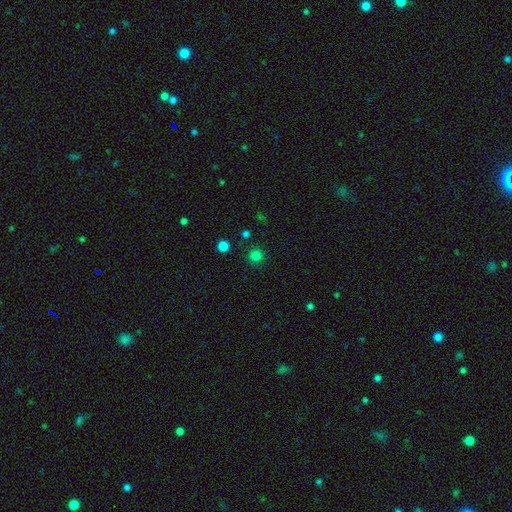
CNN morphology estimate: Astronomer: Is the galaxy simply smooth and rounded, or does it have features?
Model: smooth — 80%.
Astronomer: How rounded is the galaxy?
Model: round — 94%.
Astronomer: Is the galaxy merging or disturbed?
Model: none — 90%.